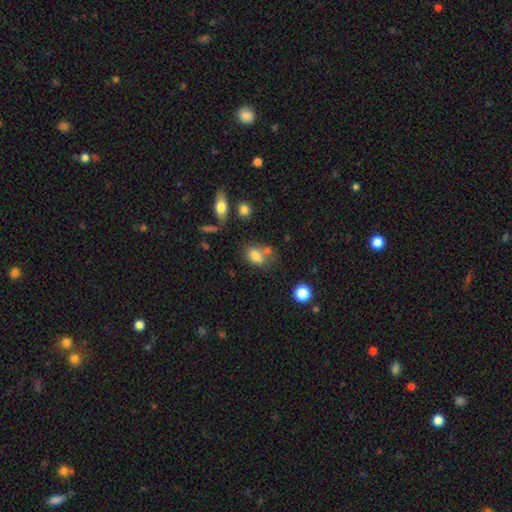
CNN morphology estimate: The model was most divided on "merging": none: 49%, merger: 28%, minor disturbance: 16%, major disturbance: 6%. More confident: smooth or featured — smooth (78%); how rounded — in between (73%).